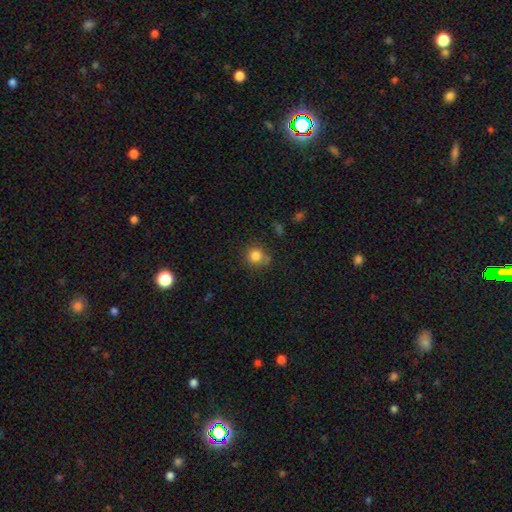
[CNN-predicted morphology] This appears to be a smooth galaxy with no disk features (83%) that is round (90%). Merging: none (72%).